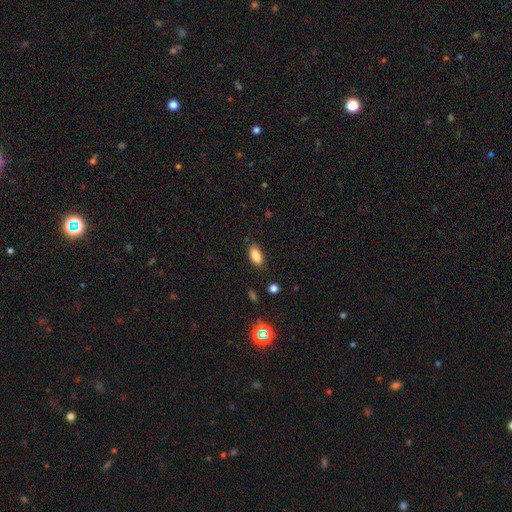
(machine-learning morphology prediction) Q: Smooth or featured?
A: smooth (87%); runner-up: star or artifact (9%)
Q: How rounded?
A: in between (90%); runner-up: cigar-shaped (7%)
Q: Merging?
A: none (85%); runner-up: minor disturbance (11%)